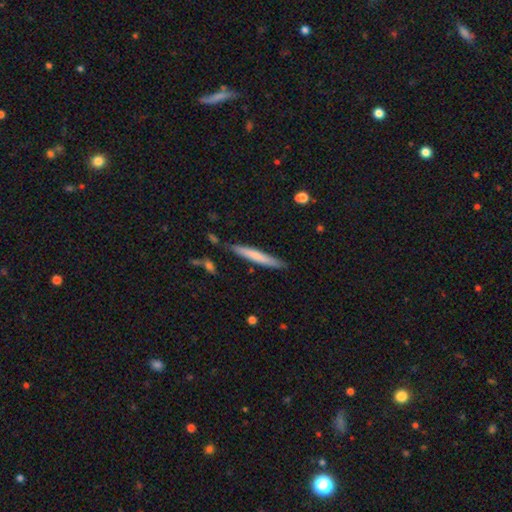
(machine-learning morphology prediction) smooth_or_featured: smooth (p=0.67) [alt: featured or disk p=0.28]
how_rounded: cigar-shaped (p=0.95) [alt: in between p=0.04]
merging: none (p=0.84) [alt: minor disturbance p=0.11]